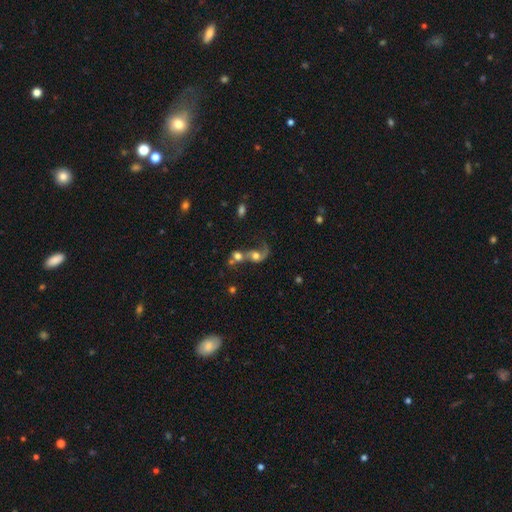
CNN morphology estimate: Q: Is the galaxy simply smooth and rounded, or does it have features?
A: featured or disk — 50%.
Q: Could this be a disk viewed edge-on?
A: no — 95%.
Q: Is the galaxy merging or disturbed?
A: merger — 66%.